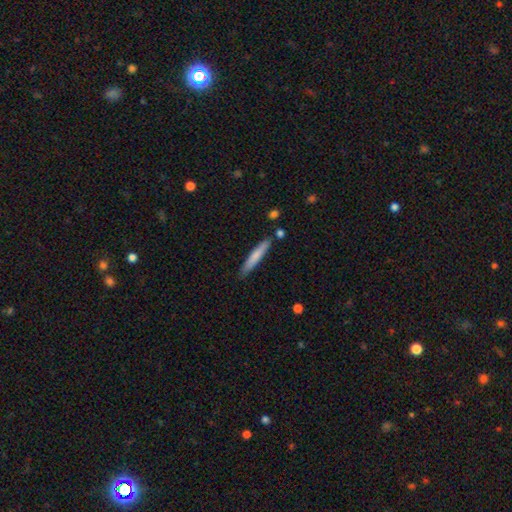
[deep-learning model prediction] smooth-or-featured: smooth: 73% | featured or disk: 21% | star or artifact: 6%
  how-rounded: cigar-shaped: 93% | in between: 6% | round: 1%
  merging: none: 83% | minor disturbance: 12% | merger: 4% | major disturbance: 2%